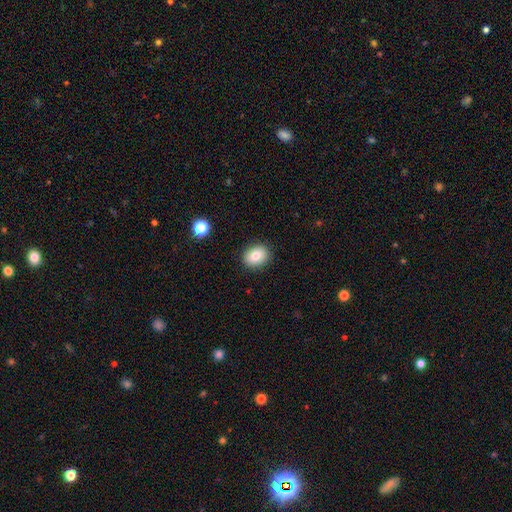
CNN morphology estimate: smooth 79%, featured or disk 12%, star or artifact 10%. Down the decision tree: how rounded — round (57%); merging — none (89%).